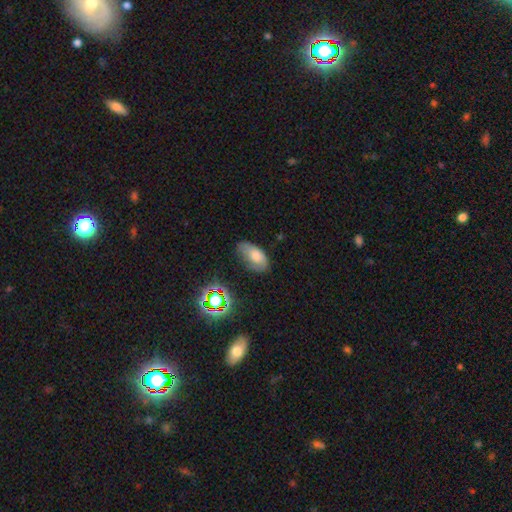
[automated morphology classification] smooth 66%, featured or disk 21%, star or artifact 13%. Down the decision tree: how rounded — in between (93%); merging — none (57%).